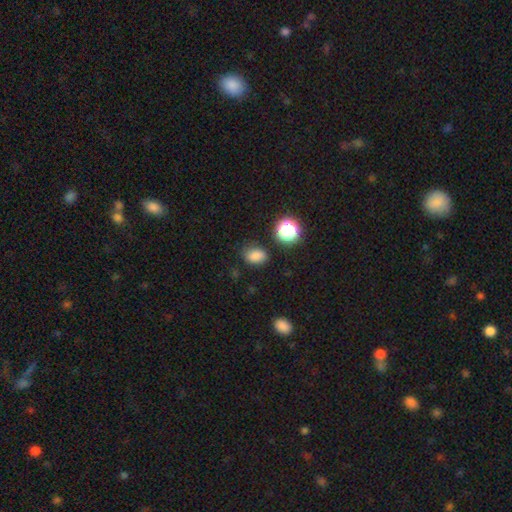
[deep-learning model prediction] A smooth galaxy with no disk features (80%) that is in between round and cigar-shaped (69%).

Vote fractions:
- Smooth or featured? smooth: 80% / star or artifact: 15% / featured or disk: 5%
- How rounded? in between: 69% / round: 29% / cigar-shaped: 1%
- Merging? none: 75% / minor disturbance: 17% / major disturbance: 5% / merger: 3%